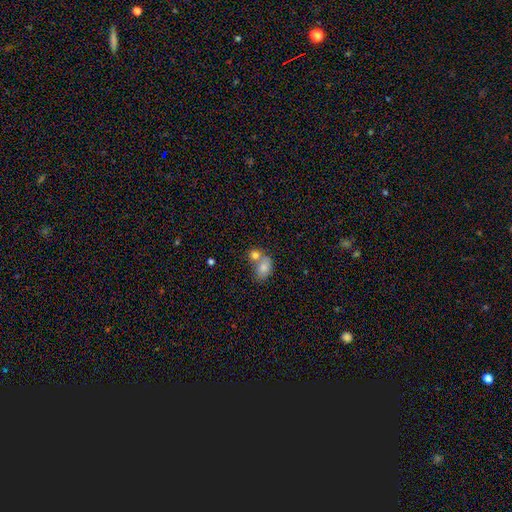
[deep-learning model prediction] Smooth or featured: smooth — 77% (featured or disk — 14%)
How rounded: in between — 57% (round — 42%)
Merging: merger — 57% (none — 30%)